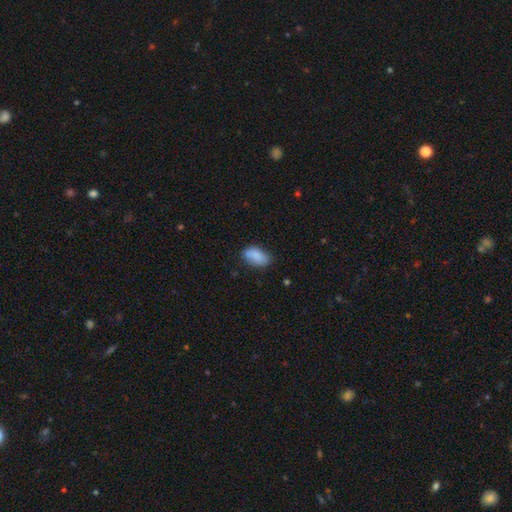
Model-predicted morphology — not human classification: Smooth or featured?
  - smooth: 83% *
  - featured or disk: 9%
  - star or artifact: 8%
How rounded?
  - in between: 91% *
  - round: 6%
  - cigar-shaped: 3%
Merging?
  - none: 65% *
  - minor disturbance: 24%
  - merger: 6%
  - major disturbance: 5%